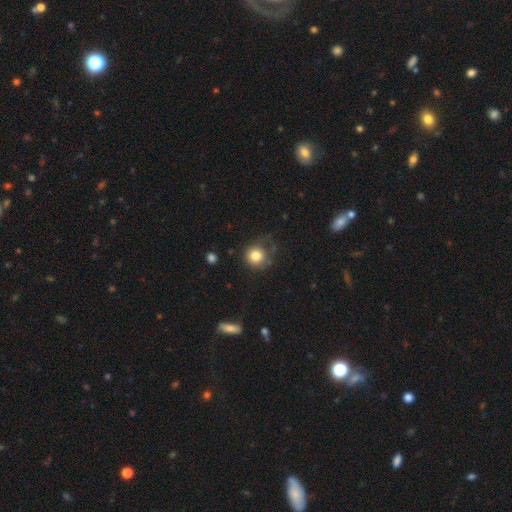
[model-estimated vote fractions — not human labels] smooth 81%, star or artifact 10%, featured or disk 9%. Down the decision tree: how rounded — round (89%); merging — none (56%).